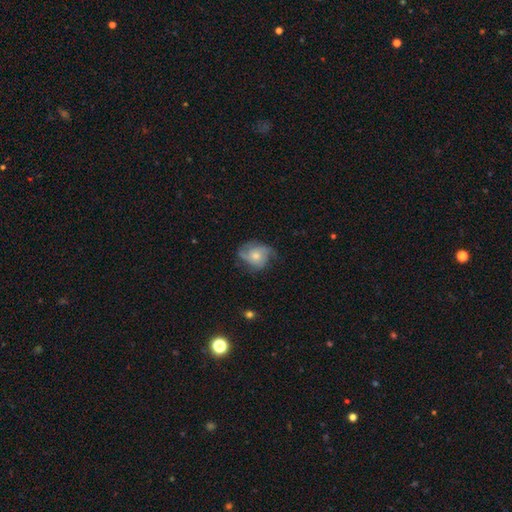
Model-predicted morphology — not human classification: smooth-or-featured: featured or disk: 59% | smooth: 34% | star or artifact: 7%
  disk-edge-on: no: 97% | yes: 3%
    bar: no: 81% | weak: 17% | strong: 2%
    has-spiral-arms: yes: 87% | no: 13%
    bulge-size: moderate: 53% | small: 36% | large: 7% | none: 3% | dominant: 1%
  merging: none: 59% | minor disturbance: 27% | major disturbance: 12% | merger: 1%